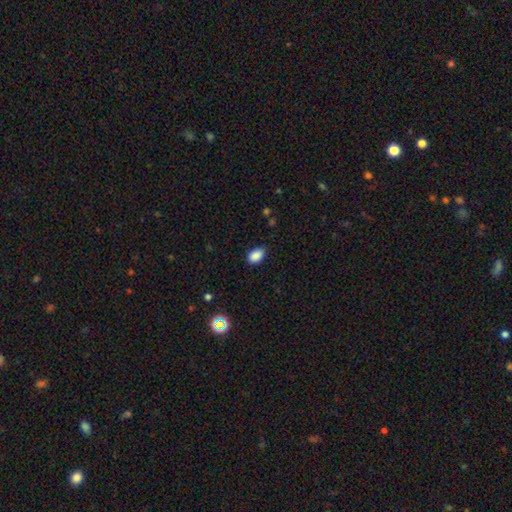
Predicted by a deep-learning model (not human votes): Smooth or featured? smooth (88%)
How rounded? in between (90%)
Merging? none (79%)